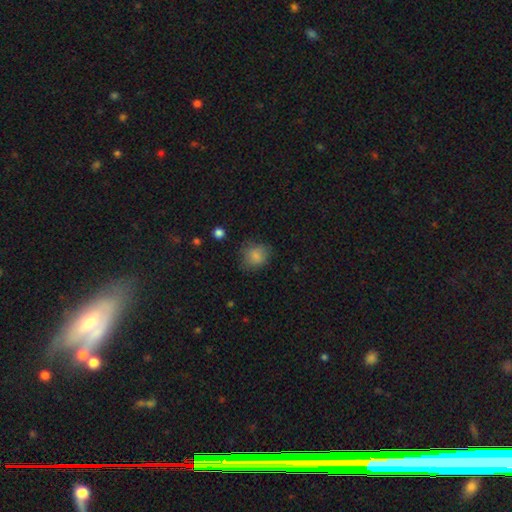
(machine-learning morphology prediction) Smooth or featured? smooth (82%)
How rounded? round (67%)
Merging? none (70%)